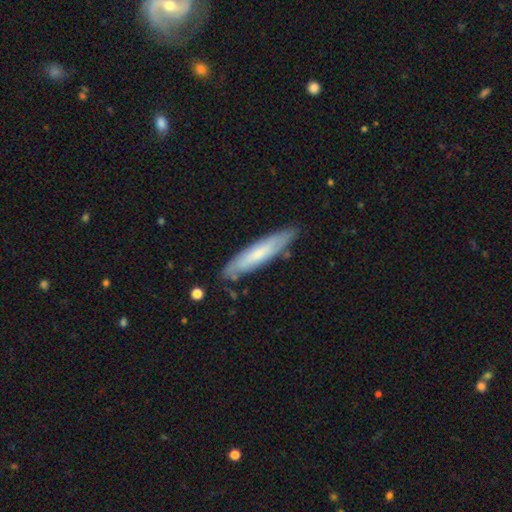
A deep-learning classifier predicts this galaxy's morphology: The model was most divided on "smooth or featured": smooth: 52%, featured or disk: 42%, star or artifact: 6%. More confident: how rounded — cigar-shaped (83%); merging — none (81%).